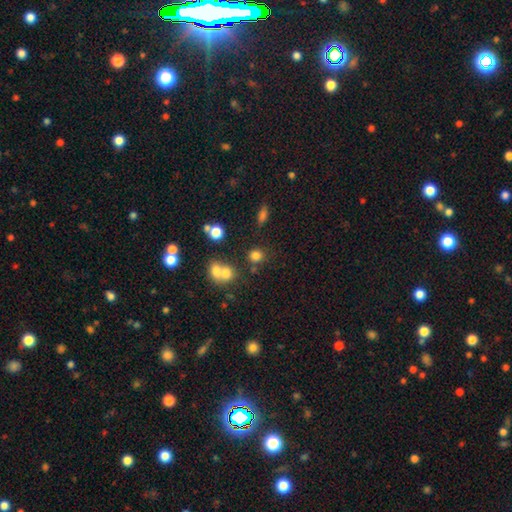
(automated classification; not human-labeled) Morphology: type=smooth (76%); roundness=round (82%); merging=none (64%).